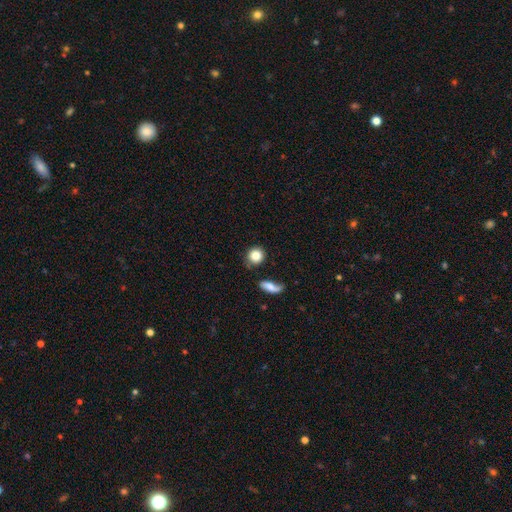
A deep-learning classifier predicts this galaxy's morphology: Smooth or featured: smooth — 84% (star or artifact — 9%)
How rounded: round — 87% (in between — 11%)
Merging: none — 76% (minor disturbance — 12%)